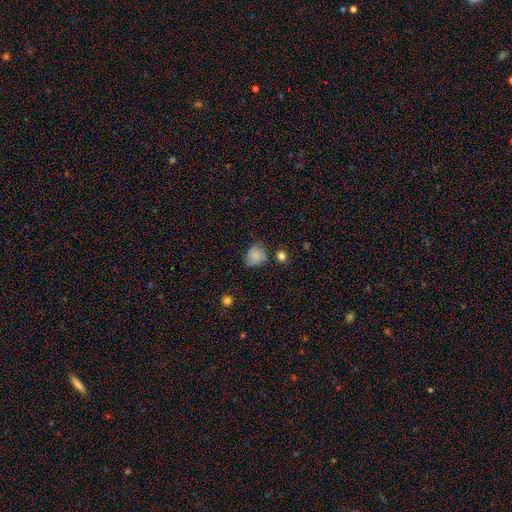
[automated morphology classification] This appears to be a smooth galaxy with no disk features (81%) that is round (66%). Merging: none (62%).